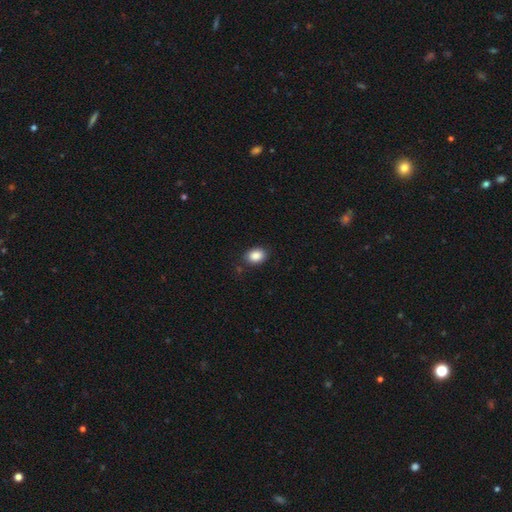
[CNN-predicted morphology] Smooth or featured: smooth — 88% (star or artifact — 8%)
How rounded: in between — 72% (round — 27%)
Merging: none — 85% (minor disturbance — 11%)